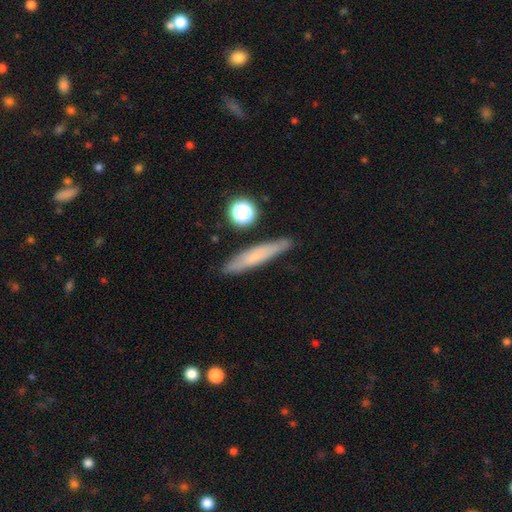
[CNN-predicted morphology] Q: Smooth or featured?
A: smooth (62%); runner-up: featured or disk (30%)
Q: How rounded?
A: cigar-shaped (89%); runner-up: in between (8%)
Q: Merging?
A: none (84%); runner-up: minor disturbance (11%)